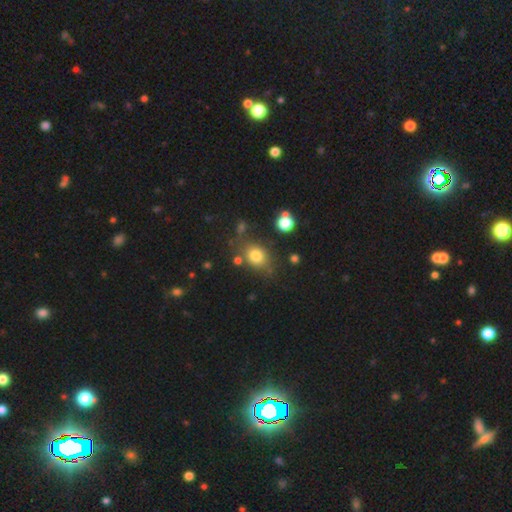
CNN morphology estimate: smooth-or-featured: smooth: 77% | star or artifact: 13% | featured or disk: 10%
  how-rounded: in between: 50% | round: 48% | cigar-shaped: 1%
  merging: none: 71% | minor disturbance: 16% | merger: 8% | major disturbance: 6%